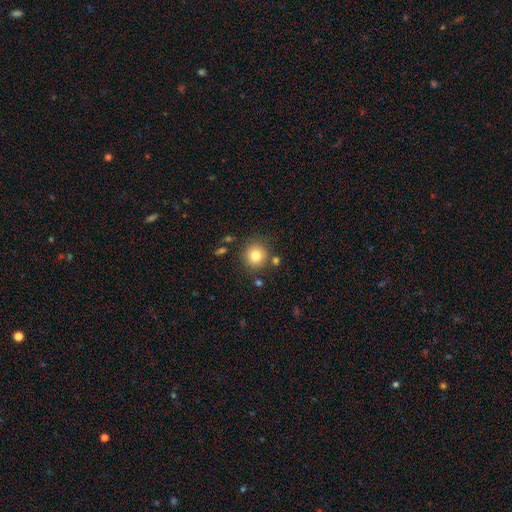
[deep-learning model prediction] smooth-or-featured: smooth: 80% | star or artifact: 11% | featured or disk: 9%
  how-rounded: round: 92% | in between: 7% | cigar-shaped: 1%
  merging: none: 84% | minor disturbance: 8% | merger: 6% | major disturbance: 3%